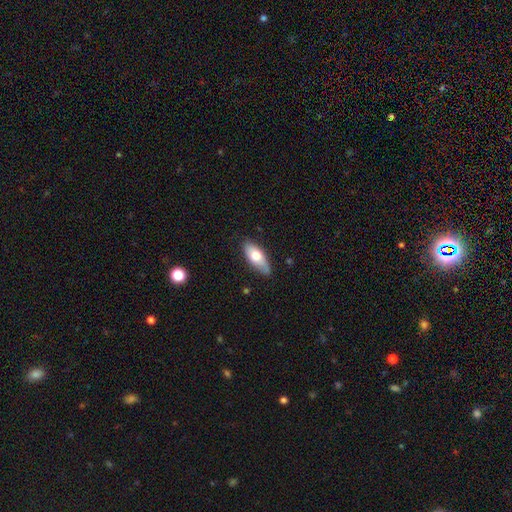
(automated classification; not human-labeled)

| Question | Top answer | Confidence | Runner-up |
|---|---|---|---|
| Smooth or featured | smooth | 69% | featured or disk (25%) |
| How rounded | in between | 81% | cigar-shaped (17%) |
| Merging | none | 75% | minor disturbance (20%) |